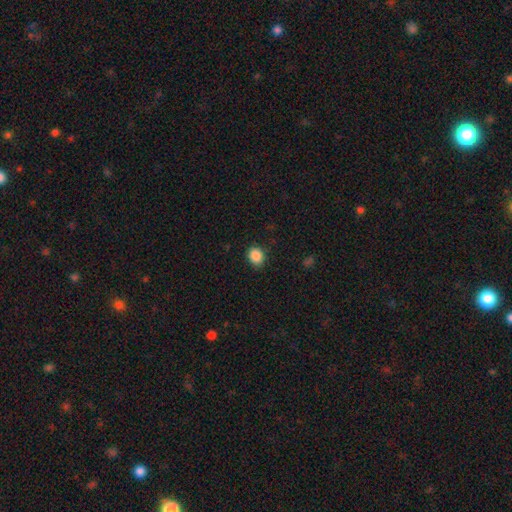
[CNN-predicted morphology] Q: Smooth or featured?
A: smooth (88%); runner-up: star or artifact (9%)
Q: How rounded?
A: round (61%); runner-up: in between (38%)
Q: Merging?
A: none (87%); runner-up: minor disturbance (9%)